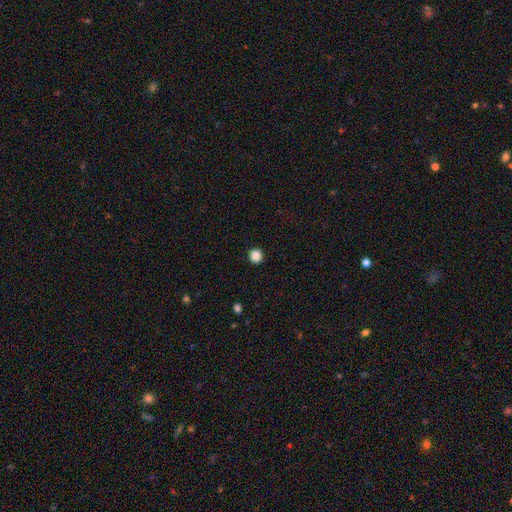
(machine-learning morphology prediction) This is clearly a smooth galaxy (87%). How rounded: clearly round (92%). Merging: clearly none (93%).